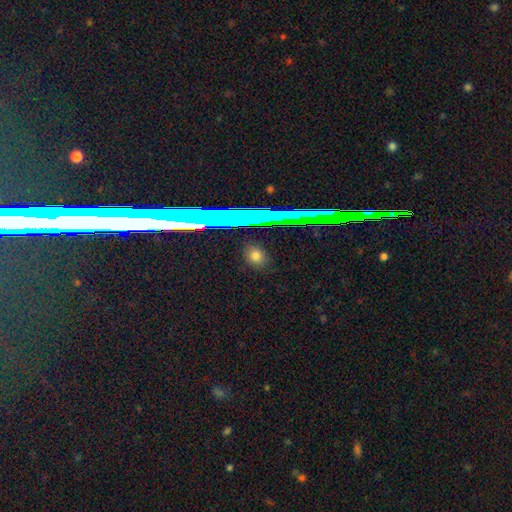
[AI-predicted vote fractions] smooth-or-featured: smooth: 74% | star or artifact: 18% | featured or disk: 8%
  how-rounded: round: 71% | in between: 26% | cigar-shaped: 3%
  merging: none: 88% | minor disturbance: 8% | major disturbance: 2% | merger: 2%